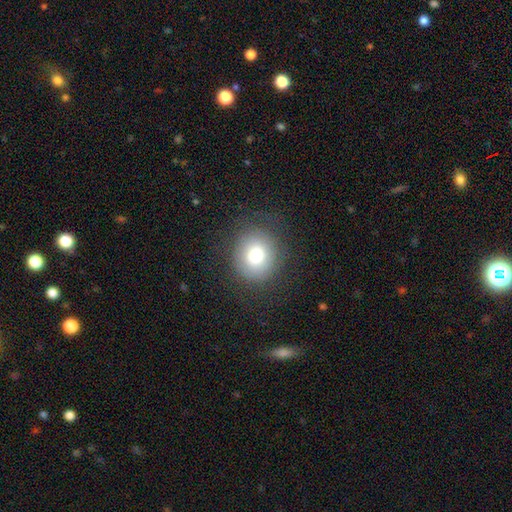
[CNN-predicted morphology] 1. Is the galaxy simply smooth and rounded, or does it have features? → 77% smooth, 13% featured or disk, 11% star or artifact.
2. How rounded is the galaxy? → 82% round, 17% in between, 1% cigar-shaped.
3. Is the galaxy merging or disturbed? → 81% none, 12% minor disturbance, 6% major disturbance, 1% merger.